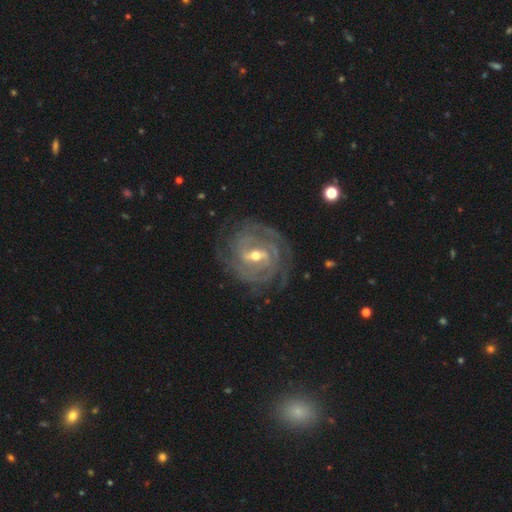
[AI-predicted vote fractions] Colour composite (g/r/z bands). It shows a featured or disk galaxy (90%) with a weak bar (45%), tight (70%) spiral arms (96%) and a moderate central bulge (58%). Merging: none (76%).